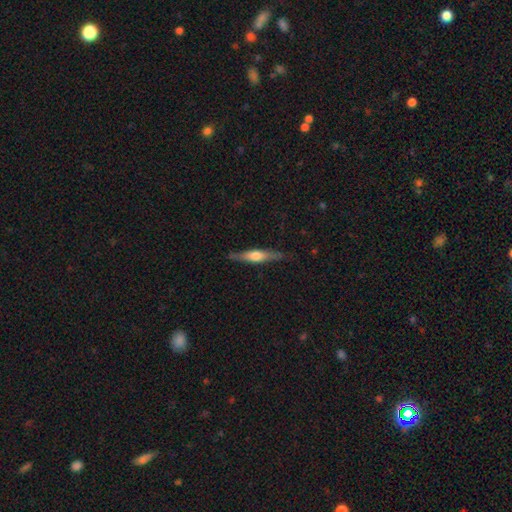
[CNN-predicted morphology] type=featured or disk (60%); edge-on=yes (95%); edge-on bulge=rounded (88%); merging=none (85%).